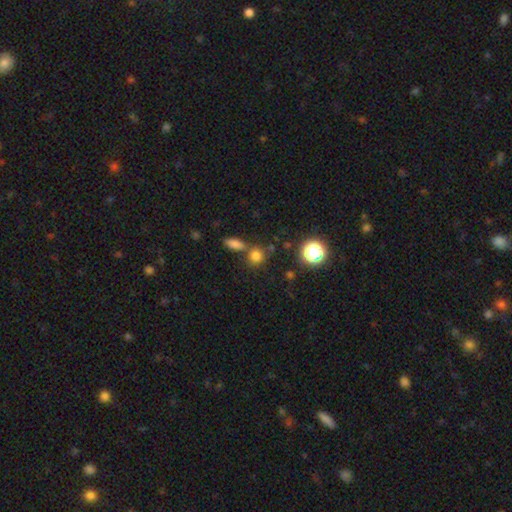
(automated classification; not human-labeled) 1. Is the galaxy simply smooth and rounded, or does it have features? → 75% smooth, 18% star or artifact, 7% featured or disk.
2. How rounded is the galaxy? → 79% round, 19% in between, 2% cigar-shaped.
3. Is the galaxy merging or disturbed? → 63% none, 24% merger, 10% minor disturbance, 4% major disturbance.